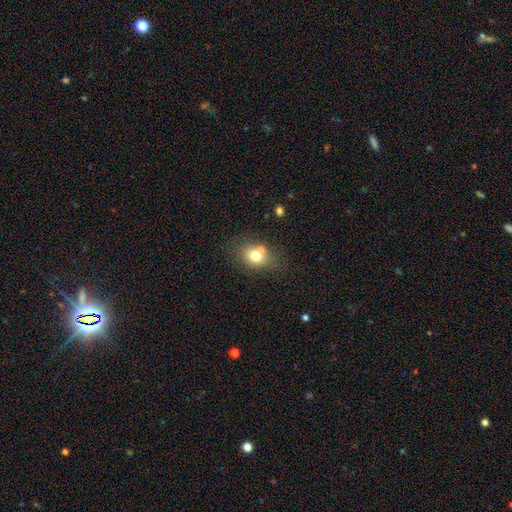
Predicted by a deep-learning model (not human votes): A smooth galaxy with no disk features (71%) that is in between round and cigar-shaped (52%).

Vote fractions:
- Smooth or featured? smooth: 71% / featured or disk: 16% / star or artifact: 12%
- How rounded? in between: 52% / round: 47% / cigar-shaped: 1%
- Merging? none: 59% / merger: 23% / minor disturbance: 13% / major disturbance: 5%